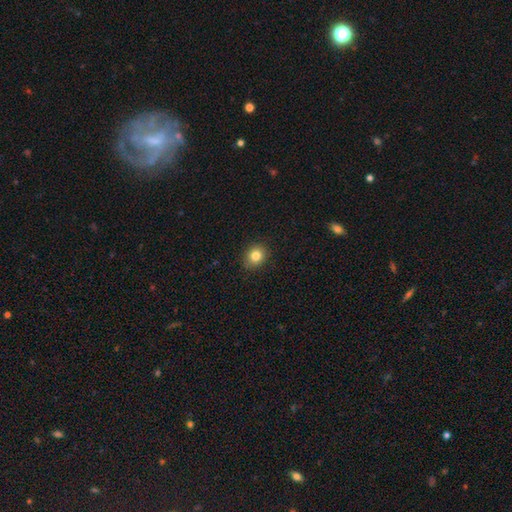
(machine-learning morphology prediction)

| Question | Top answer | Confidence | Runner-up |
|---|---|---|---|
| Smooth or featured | smooth | 82% | star or artifact (11%) |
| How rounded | round | 75% | in between (25%) |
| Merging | none | 88% | minor disturbance (9%) |